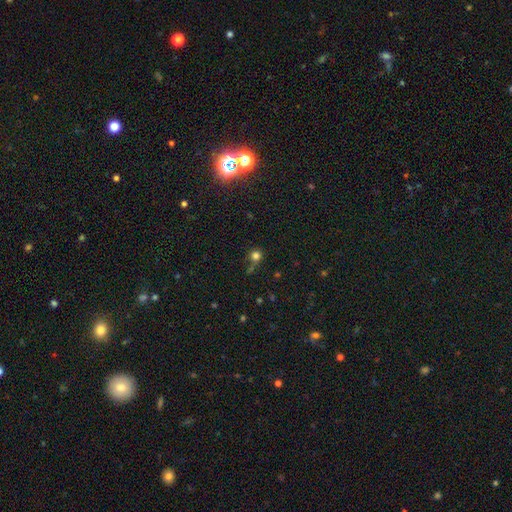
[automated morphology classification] This is likely a smooth galaxy (74%). How rounded: clearly round (91%). Merging: likely none (63%).